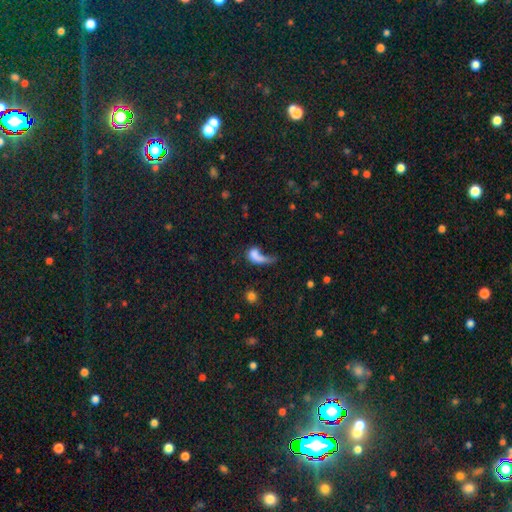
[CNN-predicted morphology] Smooth or featured?
  - smooth: 61% *
  - featured or disk: 27%
  - star or artifact: 13%
How rounded?
  - in between: 58% *
  - round: 25%
  - cigar-shaped: 17%
Merging?
  - major disturbance: 44% *
  - none: 23%
  - merger: 18%
  - minor disturbance: 15%